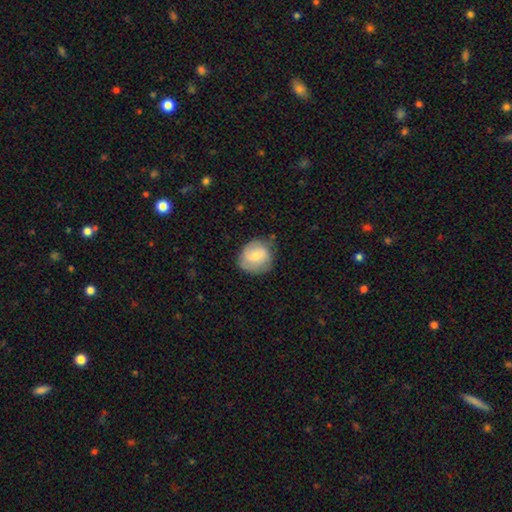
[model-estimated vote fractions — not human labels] Q: Smooth or featured?
A: smooth (67%); runner-up: featured or disk (27%)
Q: How rounded?
A: round (81%); runner-up: in between (18%)
Q: Merging?
A: none (68%); runner-up: minor disturbance (24%)